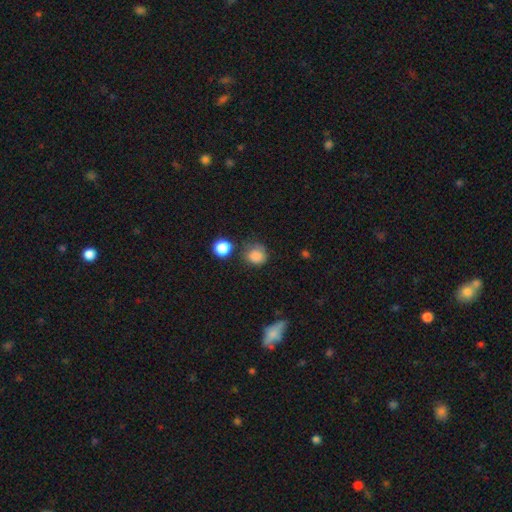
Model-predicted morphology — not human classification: Smooth or featured? Predicted: smooth (p=0.83). How rounded? Predicted: round (p=0.82). Merging? Predicted: none (p=0.62).